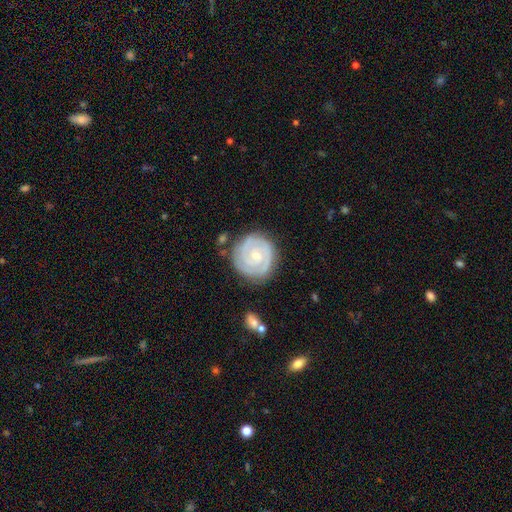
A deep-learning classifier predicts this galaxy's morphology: Q: Smooth or featured?
A: featured or disk (80%); runner-up: smooth (15%)
Q: Edge-on disk?
A: no (98%); runner-up: yes (2%)
Q: Bar?
A: no (68%); runner-up: weak (27%)
Q: Spiral arms?
A: yes (94%); runner-up: no (6%)
Q: Spiral winding?
A: tight (80%); runner-up: medium (17%)
Q: Spiral arm count?
A: 2 (49%); runner-up: can't tell (21%)
Q: Bulge size?
A: small (64%); runner-up: moderate (31%)
Q: Merging?
A: none (77%); runner-up: minor disturbance (16%)